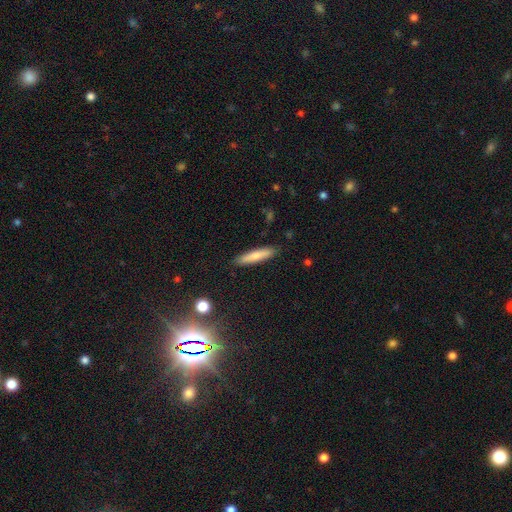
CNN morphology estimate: Q: Smooth or featured?
A: smooth (74%); runner-up: featured or disk (20%)
Q: How rounded?
A: cigar-shaped (85%); runner-up: in between (13%)
Q: Merging?
A: none (88%); runner-up: minor disturbance (9%)